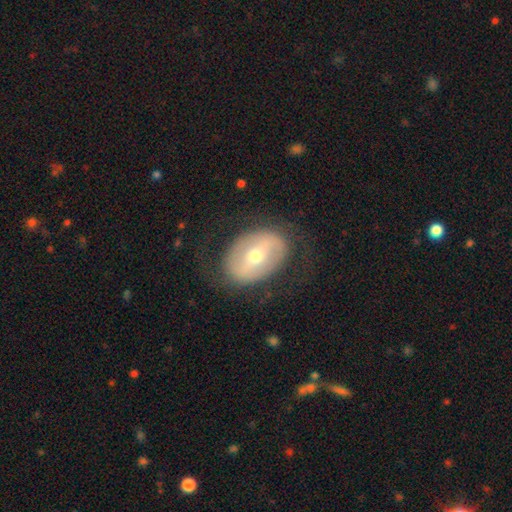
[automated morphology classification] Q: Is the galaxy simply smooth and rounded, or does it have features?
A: featured or disk — 61%.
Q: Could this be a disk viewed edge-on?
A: no — 92%.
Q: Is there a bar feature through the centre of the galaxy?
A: strong — 45%.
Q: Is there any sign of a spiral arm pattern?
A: no — 62%.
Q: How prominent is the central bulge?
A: moderate — 53%.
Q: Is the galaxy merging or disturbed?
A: none — 73%.